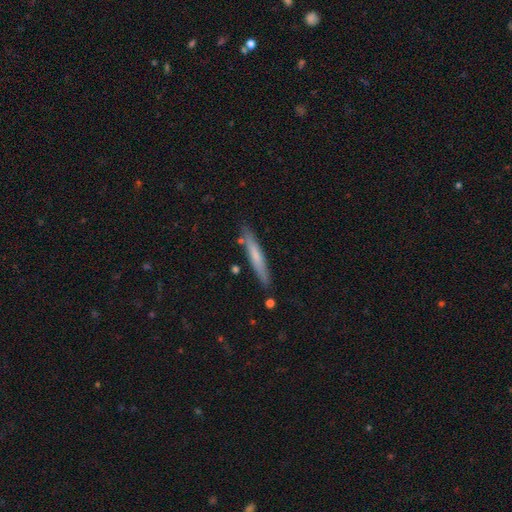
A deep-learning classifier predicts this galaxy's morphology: Smooth or featured? Predicted: smooth (p=0.59). How rounded? Predicted: cigar-shaped (p=0.94). Merging? Predicted: none (p=0.84).